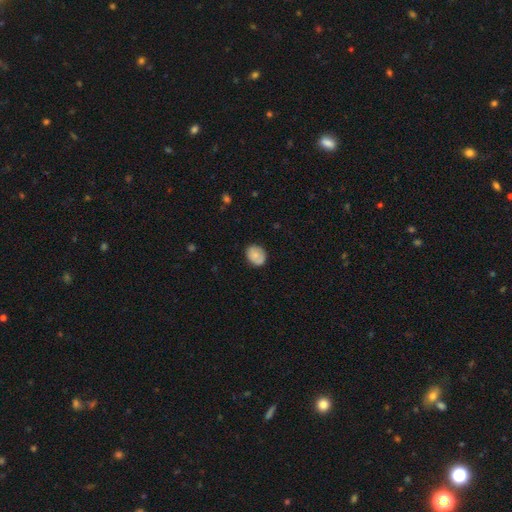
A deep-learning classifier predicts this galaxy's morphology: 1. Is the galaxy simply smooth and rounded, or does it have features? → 79% smooth, 14% featured or disk, 8% star or artifact.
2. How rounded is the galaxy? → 54% round, 45% in between, 1% cigar-shaped.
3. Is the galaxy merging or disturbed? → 81% none, 15% minor disturbance, 3% major disturbance, 1% merger.